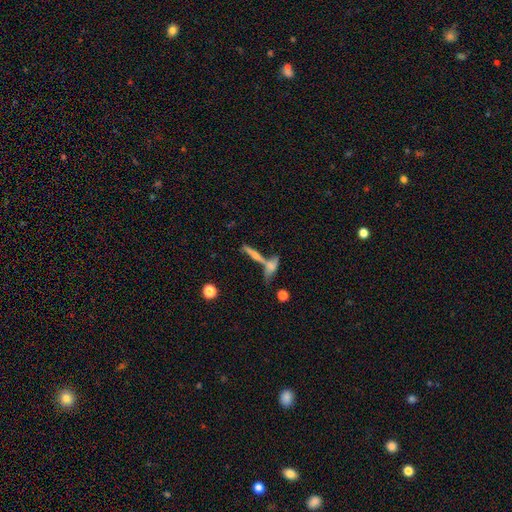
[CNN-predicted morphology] The model was most divided on "merging": merger: 43%, none: 42%, minor disturbance: 9%, major disturbance: 6%. Remaining: smooth or featured — featured or disk (48%).